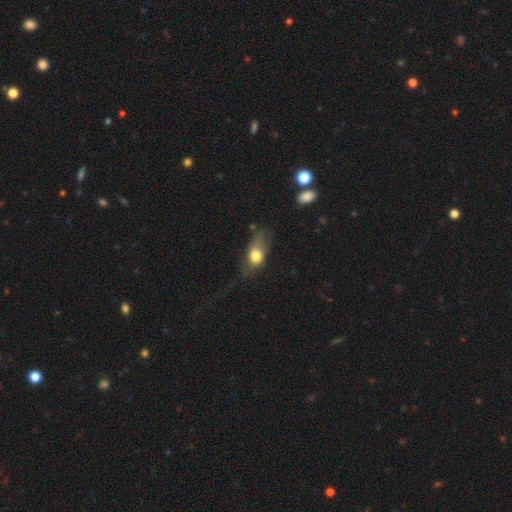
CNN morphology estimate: Overall: smooth (69%). How rounded: in between (69%). Merging: none (35%; minor disturbance 31%).